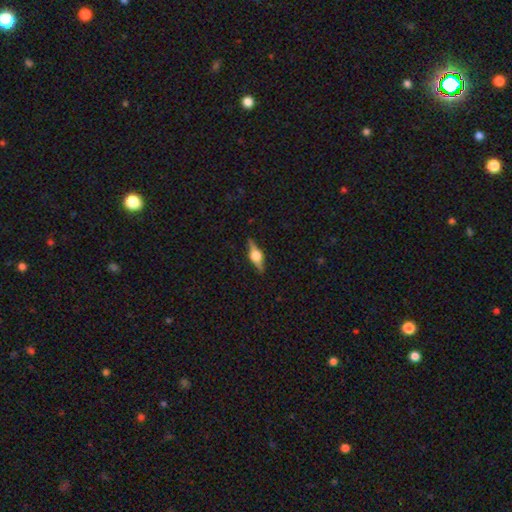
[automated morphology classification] Smooth or featured: featured or disk — 76% (smooth — 17%)
Edge-on disk: yes — 97% (no — 3%)
Edge-on bulge: rounded — 93% (boxy — 6%)
Merging: none — 89% (minor disturbance — 8%)